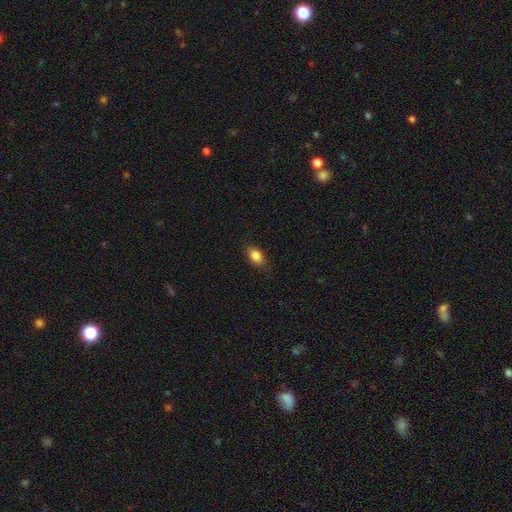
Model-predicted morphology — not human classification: The model was most divided on "how rounded": in between: 81%, round: 15%, cigar-shaped: 4%. More confident: smooth or featured — smooth (84%); merging — none (82%).